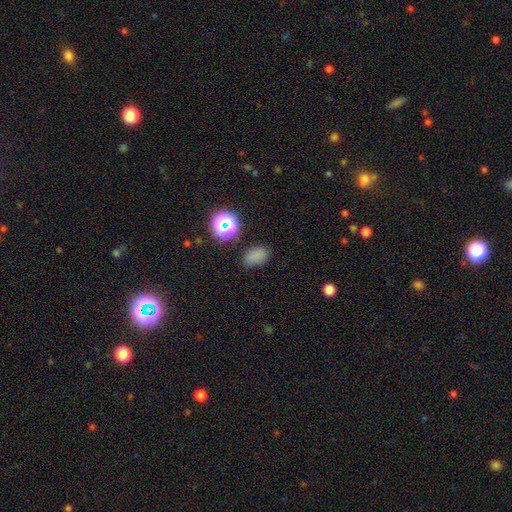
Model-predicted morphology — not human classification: type=smooth (75%); roundness=in between (80%); merging=none (79%).